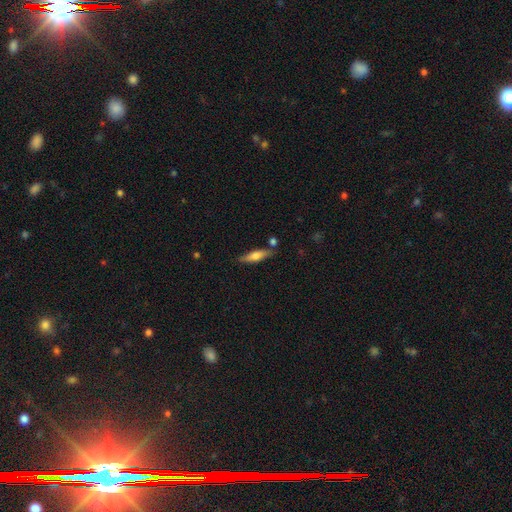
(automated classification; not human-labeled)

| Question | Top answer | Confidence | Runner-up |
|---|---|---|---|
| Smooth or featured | smooth | 57% | featured or disk (37%) |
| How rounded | cigar-shaped | 69% | in between (28%) |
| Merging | none | 78% | minor disturbance (13%) |